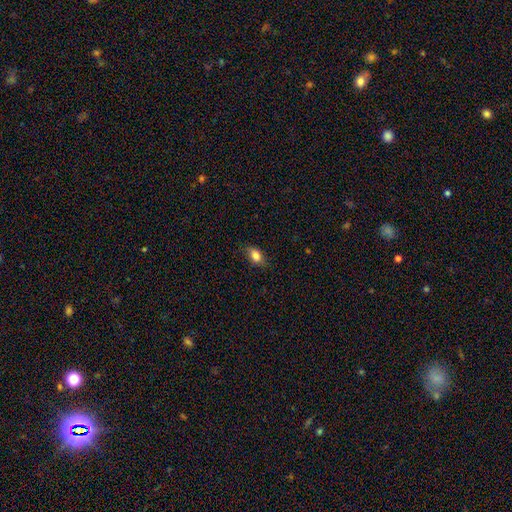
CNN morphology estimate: smooth 84%, star or artifact 9%, featured or disk 7%. Down the decision tree: how rounded — in between (81%); merging — none (76%).